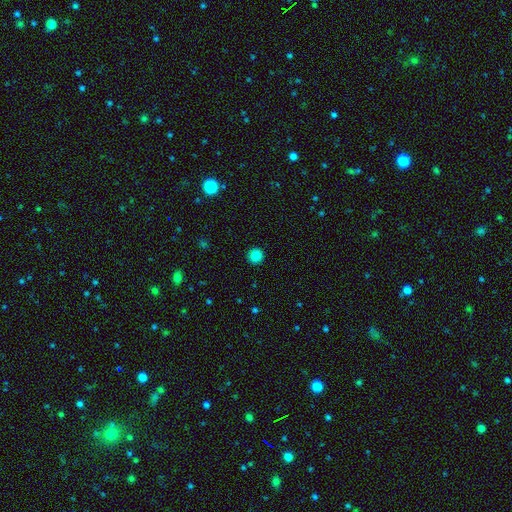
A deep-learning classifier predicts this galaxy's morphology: This is clearly a smooth galaxy (85%). How rounded: clearly round (95%). Merging: clearly none (92%).